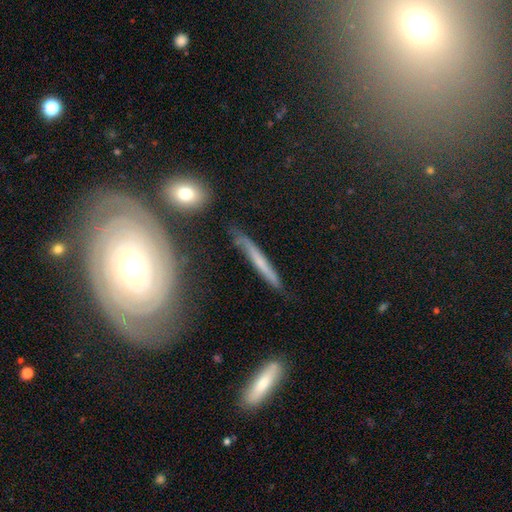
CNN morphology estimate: smooth-or-featured: featured or disk: 59% | smooth: 29% | star or artifact: 13%
  disk-edge-on: no: 53% | yes: 47%
  merging: none: 79% | minor disturbance: 13% | major disturbance: 4% | merger: 4%